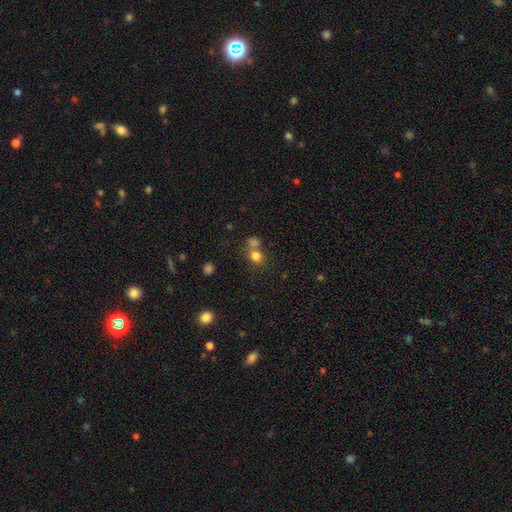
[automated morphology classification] A smooth galaxy with no disk features (79%) that is round (76%).

Vote fractions:
- Smooth or featured? smooth: 79% / star or artifact: 13% / featured or disk: 8%
- How rounded? round: 76% / in between: 23% / cigar-shaped: 1%
- Merging? none: 49% / merger: 38% / minor disturbance: 9% / major disturbance: 4%